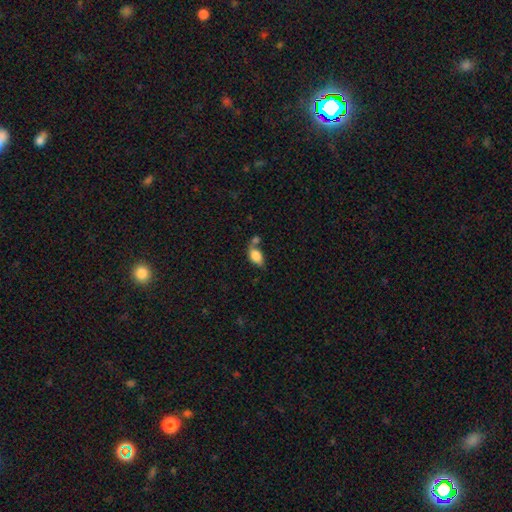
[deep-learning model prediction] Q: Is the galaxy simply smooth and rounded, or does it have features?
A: smooth — 80%.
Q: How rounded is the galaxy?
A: in between — 87%.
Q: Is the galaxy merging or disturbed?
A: merger — 38%.